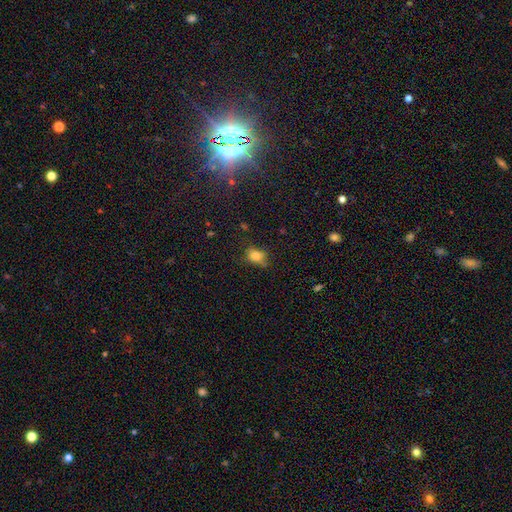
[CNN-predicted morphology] The model was most divided on "how rounded": in between: 58%, round: 40%, cigar-shaped: 3%. More confident: smooth or featured — smooth (74%); merging — none (55%).